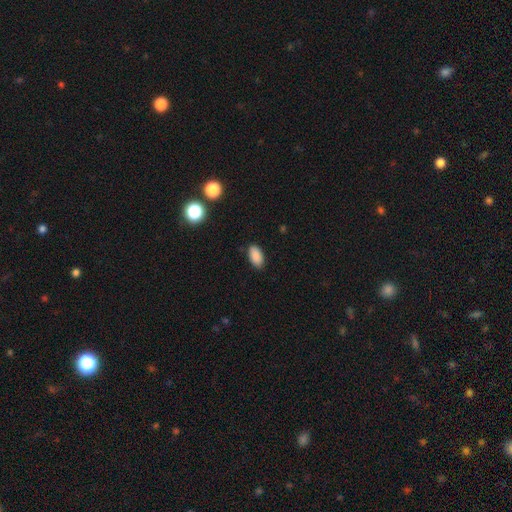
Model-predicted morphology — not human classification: smooth 88%, star or artifact 8%, featured or disk 4%. Down the decision tree: how rounded — in between (93%); merging — none (86%).